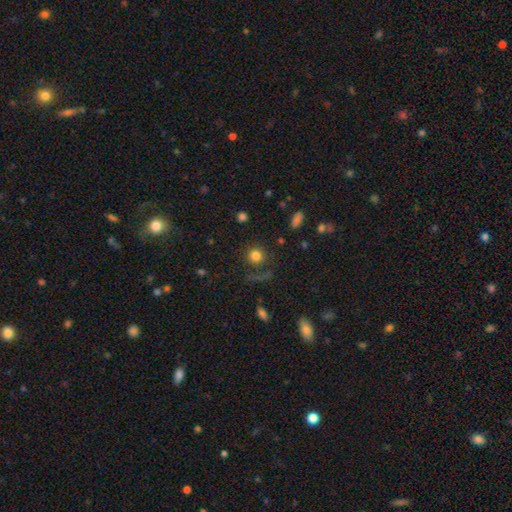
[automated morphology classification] type=smooth (80%); roundness=round (92%); merging=none (79%).